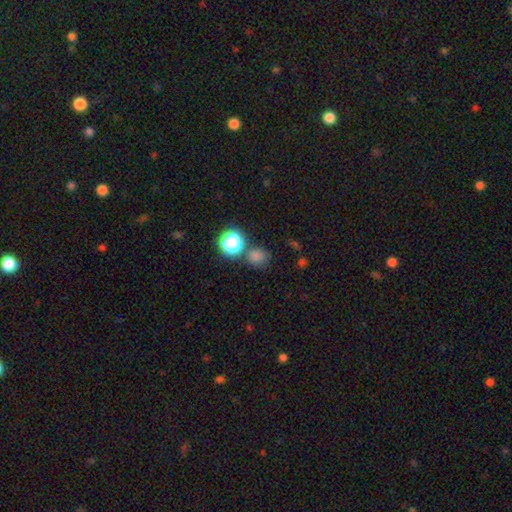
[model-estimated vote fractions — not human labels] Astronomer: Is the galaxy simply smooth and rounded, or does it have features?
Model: smooth — 70%.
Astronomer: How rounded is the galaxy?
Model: round — 84%.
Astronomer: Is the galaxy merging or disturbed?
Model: none — 75%.